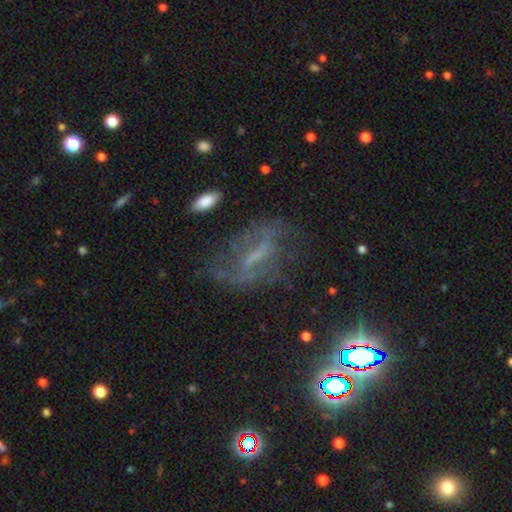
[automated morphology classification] smooth-or-featured: featured or disk: 52% | star or artifact: 27% | smooth: 21%
  disk-edge-on: no: 85% | yes: 15%
  merging: none: 54% | major disturbance: 23% | minor disturbance: 21% | merger: 3%